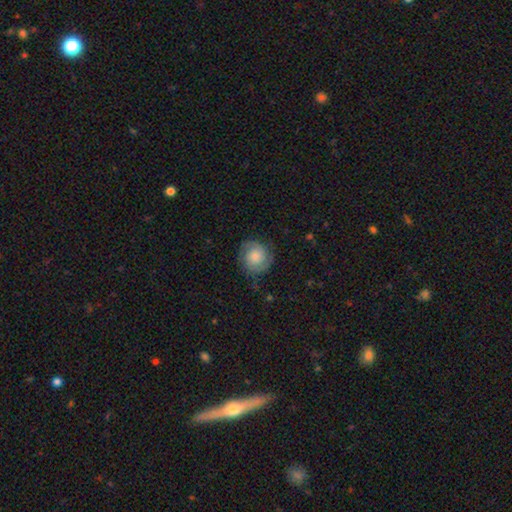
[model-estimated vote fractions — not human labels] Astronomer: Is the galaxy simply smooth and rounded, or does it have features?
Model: featured or disk — 60%.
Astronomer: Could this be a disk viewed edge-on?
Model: no — 98%.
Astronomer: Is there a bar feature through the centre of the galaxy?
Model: no — 76%.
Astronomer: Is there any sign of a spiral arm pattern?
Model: yes — 93%.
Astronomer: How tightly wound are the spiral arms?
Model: tight — 58% (runner-up: medium, 34%).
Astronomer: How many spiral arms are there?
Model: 2 — 80%.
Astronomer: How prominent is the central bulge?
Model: moderate — 41% (runner-up: small, 26%).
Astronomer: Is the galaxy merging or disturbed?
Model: none — 79%.